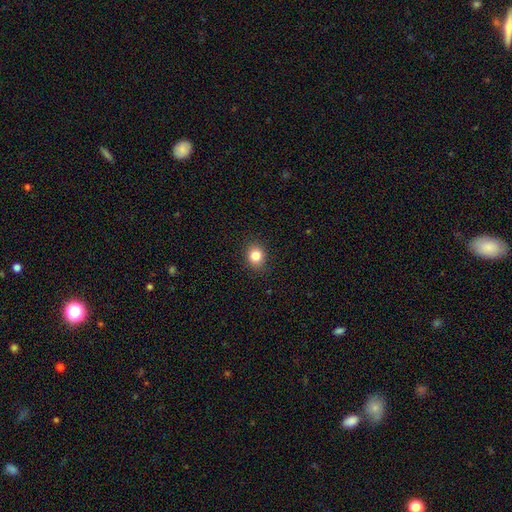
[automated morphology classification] smooth_or_featured: smooth (p=0.83) [alt: star or artifact p=0.11]
how_rounded: round (p=0.68) [alt: in between p=0.31]
merging: none (p=0.88) [alt: minor disturbance p=0.09]